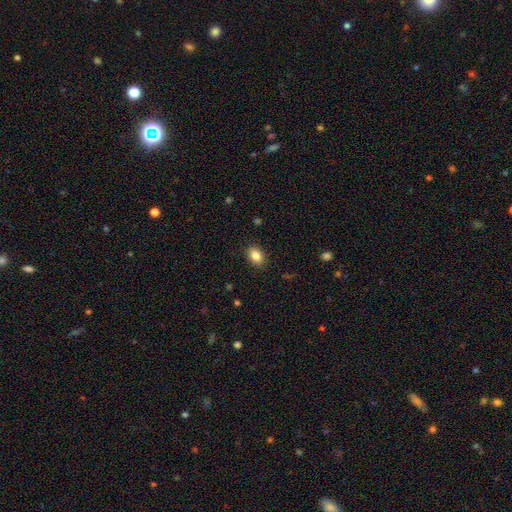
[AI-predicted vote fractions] A smooth galaxy with no disk features (85%) that is in between round and cigar-shaped (77%).

Vote fractions:
- Smooth or featured? smooth: 85% / star or artifact: 9% / featured or disk: 6%
- How rounded? in between: 77% / round: 22% / cigar-shaped: 1%
- Merging? none: 89% / minor disturbance: 8% / major disturbance: 2% / merger: 1%